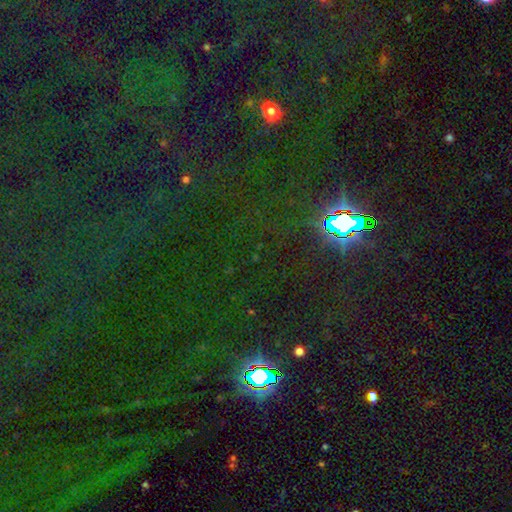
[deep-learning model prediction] star or artifact 84%, smooth 10%, featured or disk 7%.